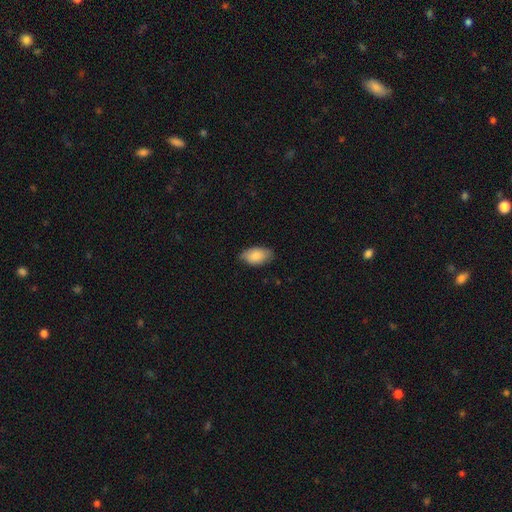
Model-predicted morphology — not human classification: Smooth or featured?
  - smooth: 86% *
  - featured or disk: 8%
  - star or artifact: 6%
How rounded?
  - in between: 94% *
  - round: 4%
  - cigar-shaped: 2%
Merging?
  - none: 79% *
  - minor disturbance: 18%
  - major disturbance: 3%
  - merger: 1%